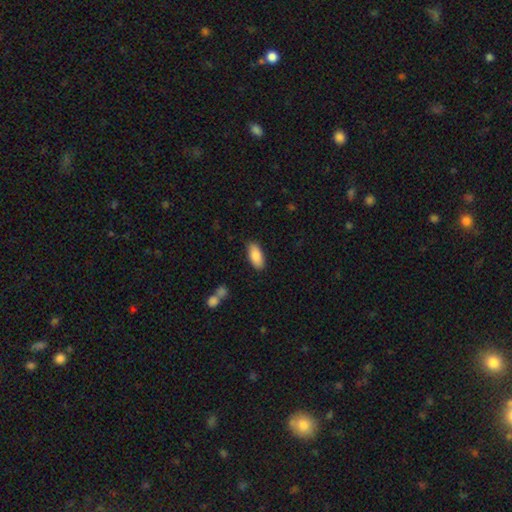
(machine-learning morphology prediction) A smooth galaxy with no disk features (87%) that is in between round and cigar-shaped (87%). Merging: none (85%).